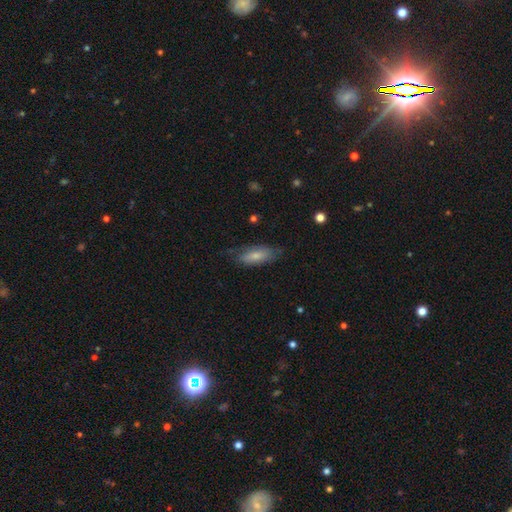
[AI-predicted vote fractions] A smooth galaxy with no disk features (69%) that is in between round and cigar-shaped (74%).

Vote fractions:
- Smooth or featured? smooth: 69% / featured or disk: 25% / star or artifact: 6%
- How rounded? in between: 74% / cigar-shaped: 24% / round: 2%
- Merging? none: 63% / minor disturbance: 26% / major disturbance: 9% / merger: 2%